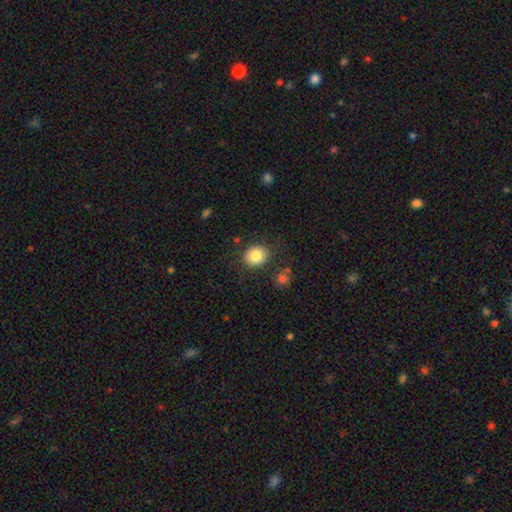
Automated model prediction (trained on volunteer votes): A smooth galaxy with no disk features (84%) that is round (76%). Merging: none (84%).